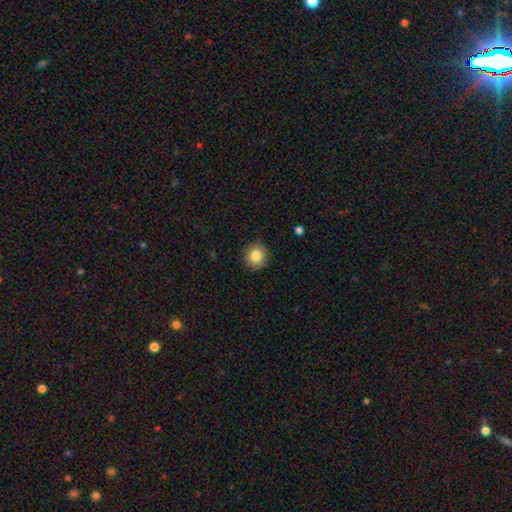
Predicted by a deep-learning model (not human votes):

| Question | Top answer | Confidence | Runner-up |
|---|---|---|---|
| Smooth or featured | smooth | 83% | star or artifact (9%) |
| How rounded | round | 90% | in between (9%) |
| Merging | none | 89% | minor disturbance (8%) |